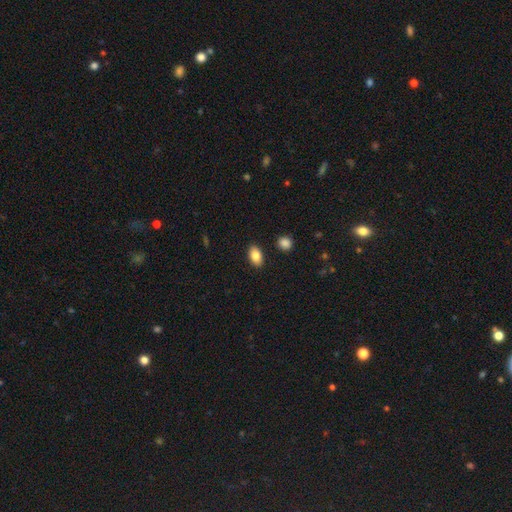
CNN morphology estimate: A smooth galaxy with no disk features (84%) that is in between round and cigar-shaped (89%).

Vote fractions:
- Smooth or featured? smooth: 84% / featured or disk: 8% / star or artifact: 8%
- How rounded? in between: 89% / round: 9% / cigar-shaped: 2%
- Merging? none: 88% / minor disturbance: 8% / merger: 2% / major disturbance: 2%